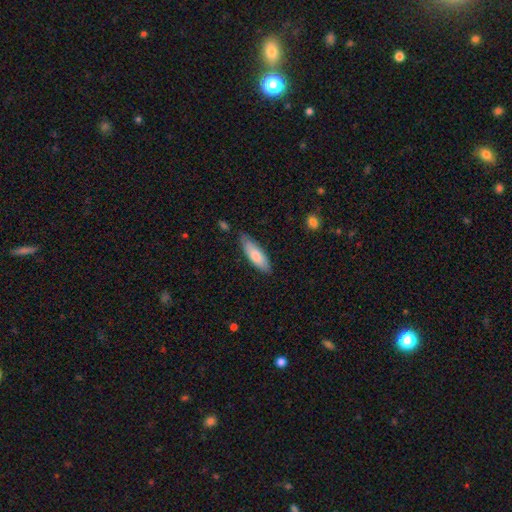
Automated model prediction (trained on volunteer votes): Smooth or featured? smooth (74%)
How rounded? cigar-shaped (51%)
Merging? none (76%)